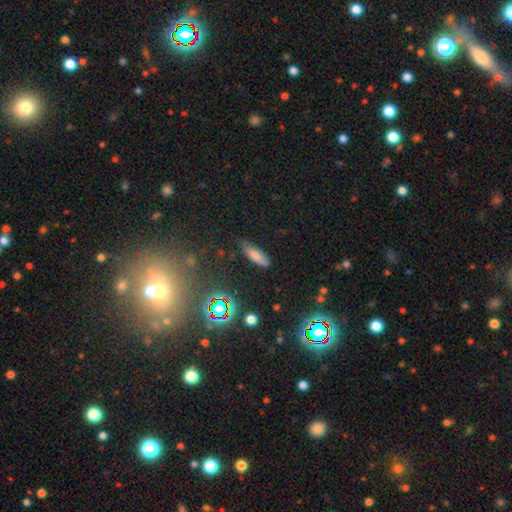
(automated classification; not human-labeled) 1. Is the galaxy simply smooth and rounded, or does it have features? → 73% smooth, 15% featured or disk, 12% star or artifact.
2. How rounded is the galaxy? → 52% in between, 45% cigar-shaped, 3% round.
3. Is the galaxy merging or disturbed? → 68% none, 24% minor disturbance, 5% major disturbance, 2% merger.